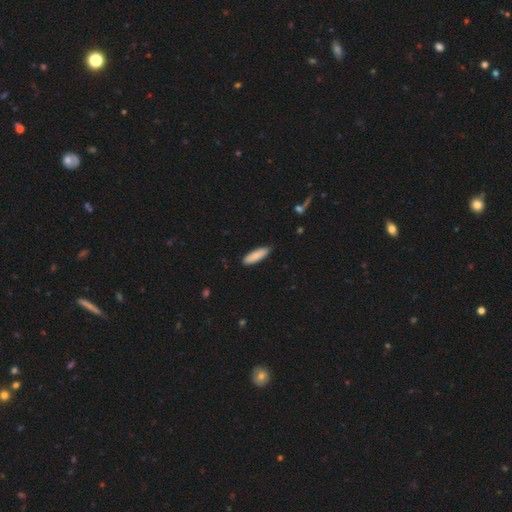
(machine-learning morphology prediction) Smooth or featured?
  - smooth: 86% *
  - featured or disk: 8%
  - star or artifact: 6%
How rounded?
  - cigar-shaped: 54% *
  - in between: 45%
  - round: 1%
Merging?
  - none: 85% *
  - minor disturbance: 12%
  - major disturbance: 2%
  - merger: 1%